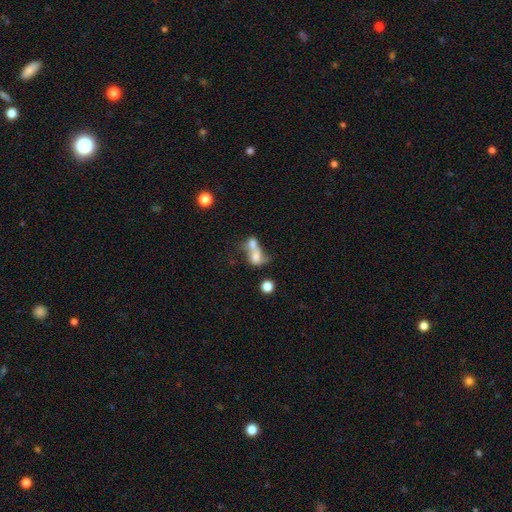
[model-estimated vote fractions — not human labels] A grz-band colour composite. It shows a smooth galaxy with no disk features (62%) that is in between round and cigar-shaped (58%). Merging: merger (71%).